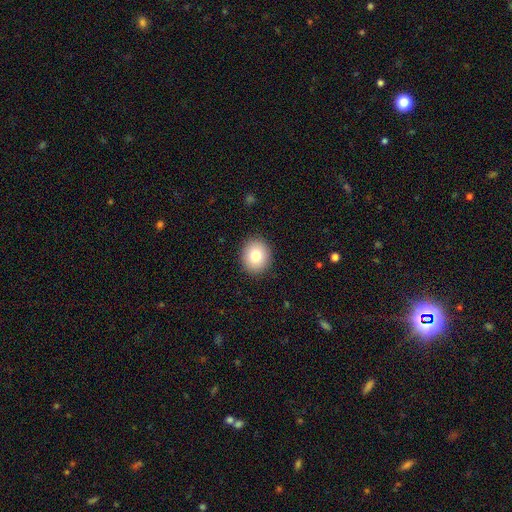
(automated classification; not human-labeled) Overall: smooth (81%). How rounded: round (70%). Merging: none (91%).